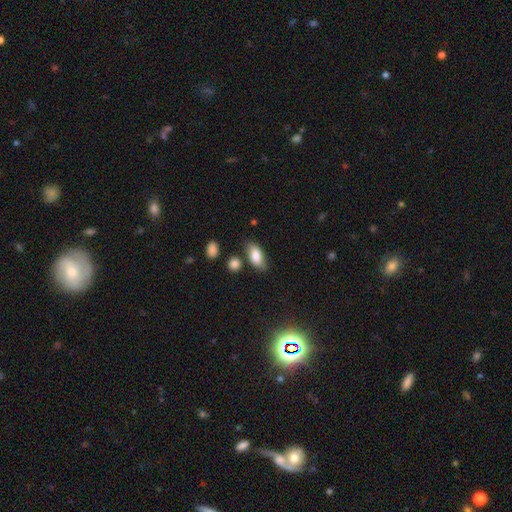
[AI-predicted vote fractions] Q: Smooth or featured?
A: smooth (80%); runner-up: featured or disk (12%)
Q: How rounded?
A: in between (87%); runner-up: cigar-shaped (9%)
Q: Merging?
A: none (74%); runner-up: minor disturbance (16%)